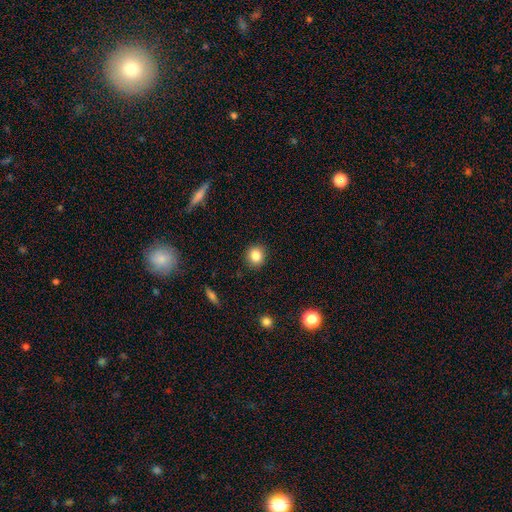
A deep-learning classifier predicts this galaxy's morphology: Smooth or featured? Predicted: smooth (p=0.85). How rounded? Predicted: round (p=0.82). Merging? Predicted: none (p=0.89).